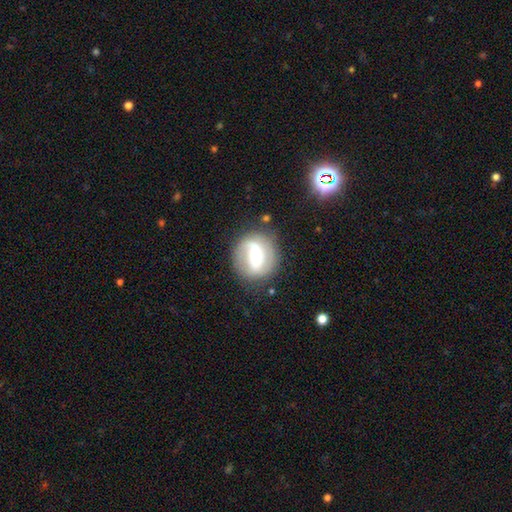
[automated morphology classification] A featured or disk galaxy (66%) with a strong bar (51%), spiral arms (65%) and a moderate central bulge (61%).

Vote fractions:
- Smooth or featured? featured or disk: 66% / smooth: 27% / star or artifact: 7%
- Edge-on disk? no: 92% / yes: 8%
- Bar? strong: 51% / weak: 34% / no: 15%
- Spiral arms? yes: 65% / no: 35%
- Bulge size? moderate: 61% / small: 27% / large: 9% / dominant: 2% / none: 1%
- Merging? none: 77% / minor disturbance: 14% / major disturbance: 7% / merger: 3%